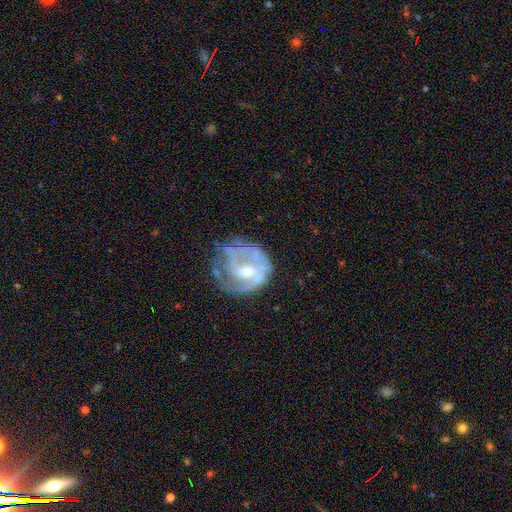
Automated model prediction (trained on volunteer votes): This appears to be a featured or disk galaxy (78%) with a weak bar (48%), 2 (35%) medium (39%, tied with tight) spiral arms (76%) and a moderate central bulge (55%). Merging: none (45%).